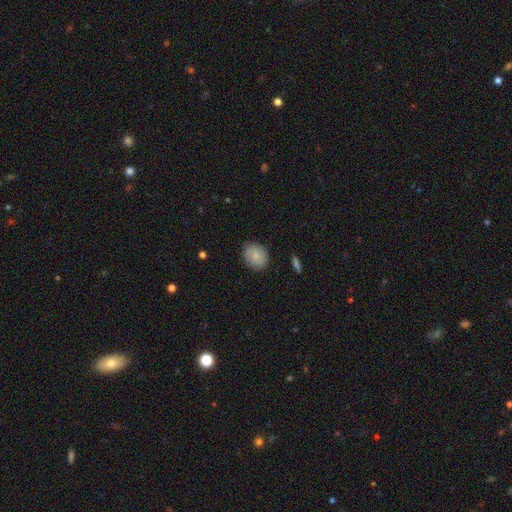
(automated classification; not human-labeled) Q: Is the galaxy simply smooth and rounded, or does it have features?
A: smooth — 80%.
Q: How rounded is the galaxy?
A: round — 62%.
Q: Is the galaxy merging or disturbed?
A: none — 86%.